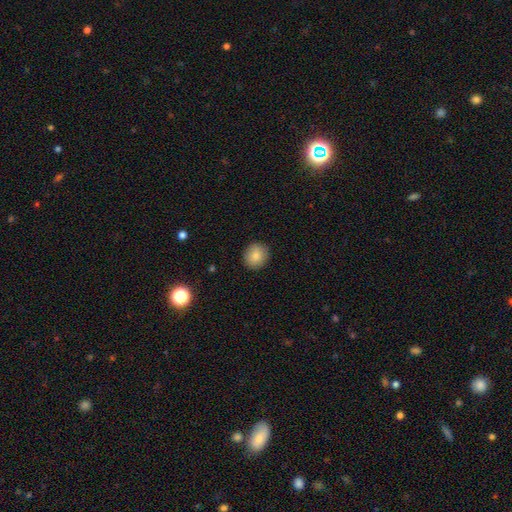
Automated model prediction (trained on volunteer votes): A smooth galaxy with no disk features (84%) that is round (83%). Merging: none (90%).